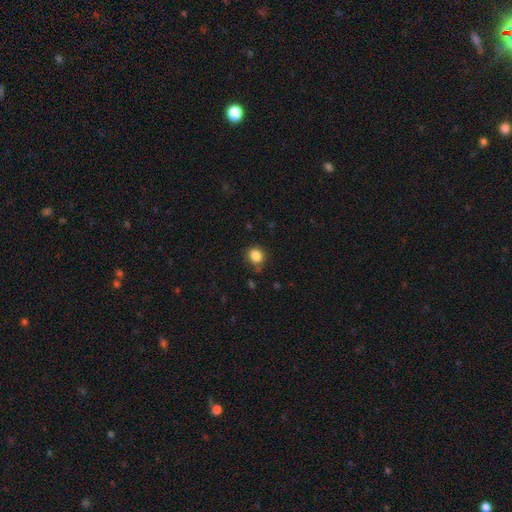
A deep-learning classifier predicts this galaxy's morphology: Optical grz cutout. It shows a smooth galaxy with no disk features (85%) that is round (71%). Merging: none (81%).